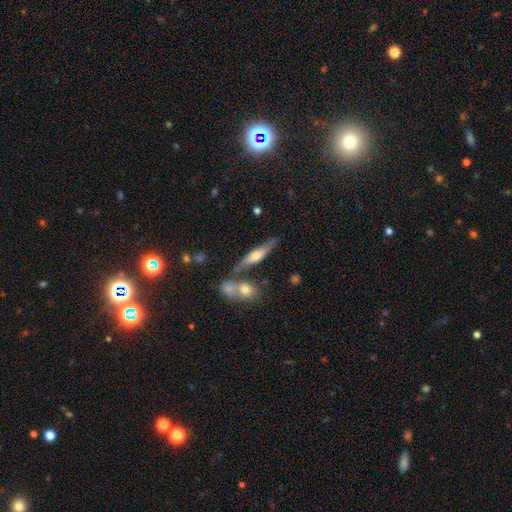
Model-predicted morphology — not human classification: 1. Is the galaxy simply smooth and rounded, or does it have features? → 52% featured or disk, 41% smooth, 7% star or artifact.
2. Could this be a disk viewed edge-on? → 82% yes, 18% no.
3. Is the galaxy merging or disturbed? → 62% none, 18% merger, 15% minor disturbance, 5% major disturbance.